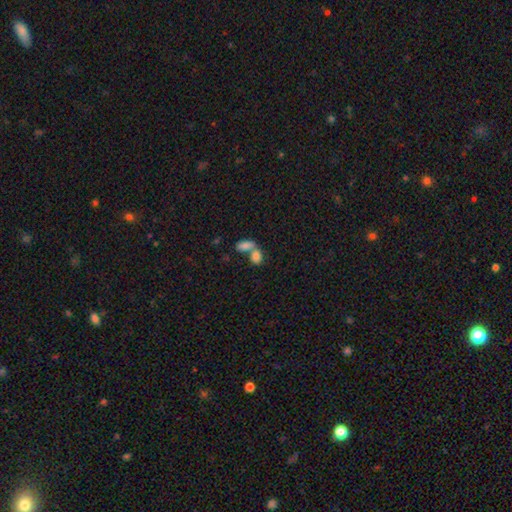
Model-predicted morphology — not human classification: Smooth or featured? smooth (83%)
How rounded? in between (78%)
Merging? merger (60%)